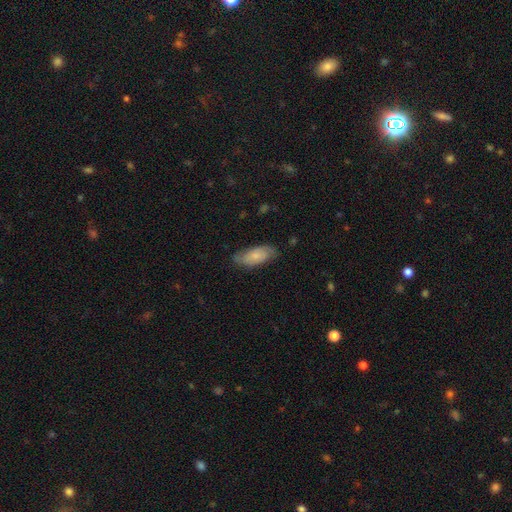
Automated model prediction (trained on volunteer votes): A smooth galaxy with no disk features (60%) that is in between round and cigar-shaped (83%).

Vote fractions:
- Smooth or featured? smooth: 60% / featured or disk: 33% / star or artifact: 6%
- How rounded? in between: 83% / cigar-shaped: 15% / round: 2%
- Merging? none: 73% / minor disturbance: 21% / major disturbance: 5% / merger: 1%